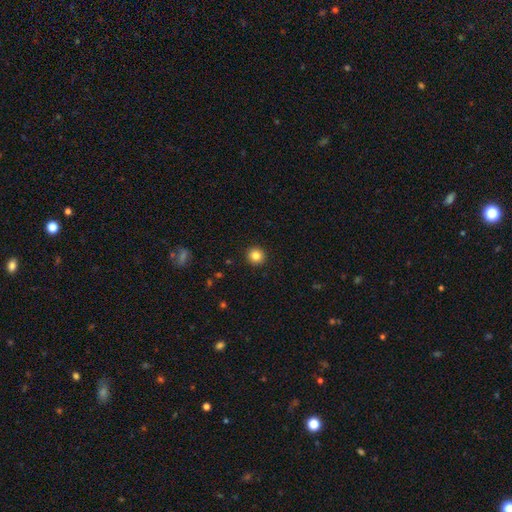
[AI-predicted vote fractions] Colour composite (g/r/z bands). It shows a smooth galaxy with no disk features (84%) that is round (94%). Merging: none (93%).